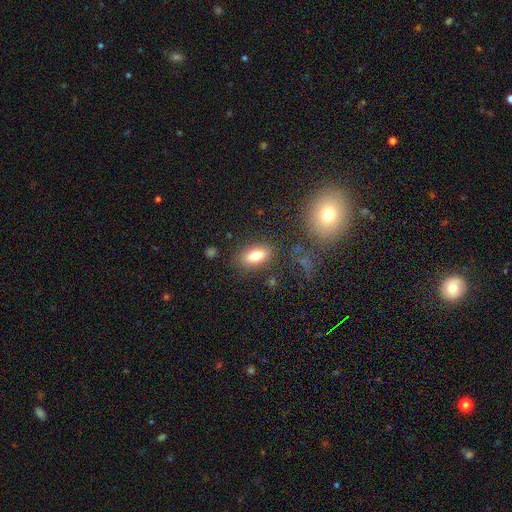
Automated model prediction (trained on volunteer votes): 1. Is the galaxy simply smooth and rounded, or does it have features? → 76% smooth, 15% featured or disk, 9% star or artifact.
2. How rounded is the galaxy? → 85% in between, 9% cigar-shaped, 6% round.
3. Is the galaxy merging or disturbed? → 83% none, 11% minor disturbance, 3% major disturbance, 3% merger.